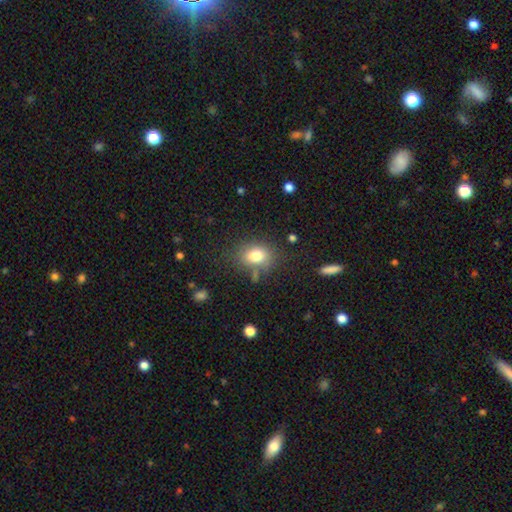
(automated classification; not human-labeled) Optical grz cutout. It shows a smooth galaxy with no disk features (78%) that is in between round and cigar-shaped (63%). Merging: none (72%).